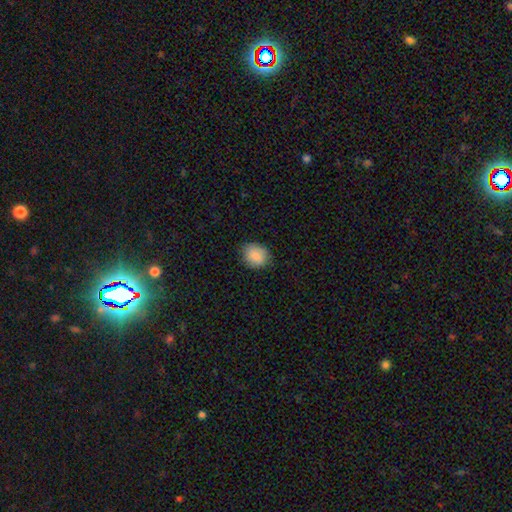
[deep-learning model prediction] A smooth galaxy with no disk features (87%) that is round (60%). Merging: none (82%).